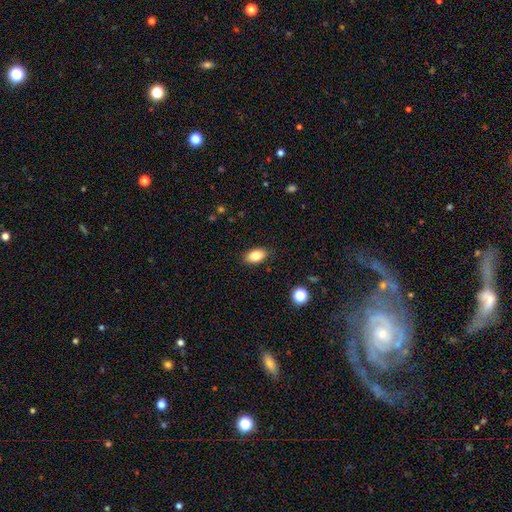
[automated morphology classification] This is clearly a smooth galaxy (82%). How rounded: clearly in between (90%). Merging: clearly none (87%).